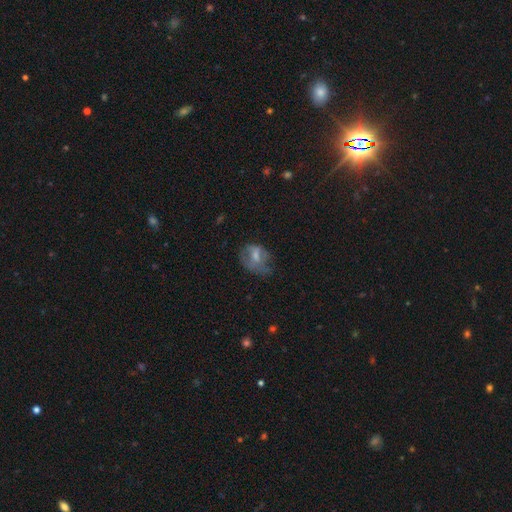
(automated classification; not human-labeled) Smooth or featured?
  - smooth: 54% *
  - featured or disk: 36%
  - star or artifact: 10%
How rounded?
  - in between: 62% *
  - round: 36%
  - cigar-shaped: 1%
Merging?
  - none: 37% *
  - minor disturbance: 31%
  - major disturbance: 30%
  - merger: 2%